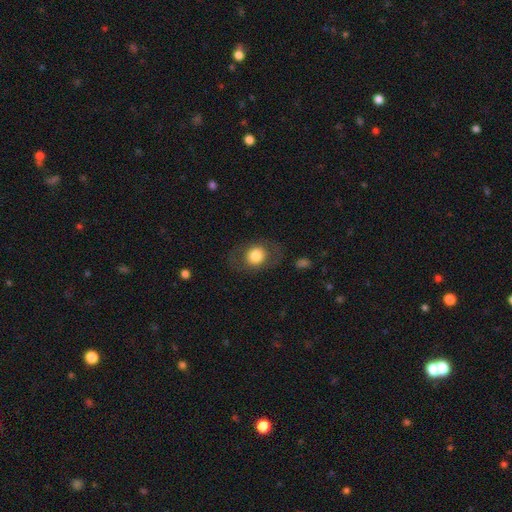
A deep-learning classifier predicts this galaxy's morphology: type=smooth (71%); roundness=round (57%); merging=none (78%).